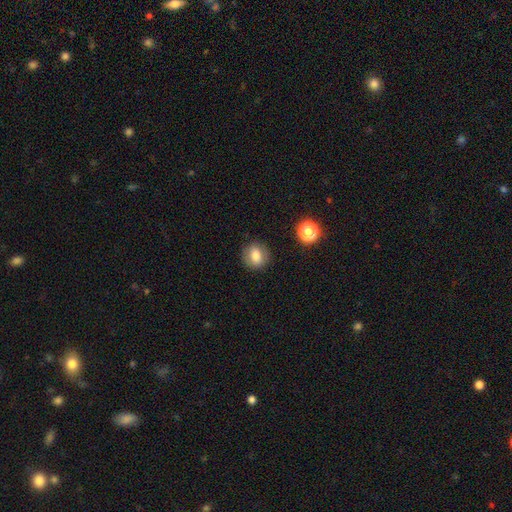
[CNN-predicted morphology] Smooth or featured? smooth (75%)
How rounded? round (77%)
Merging? none (87%)